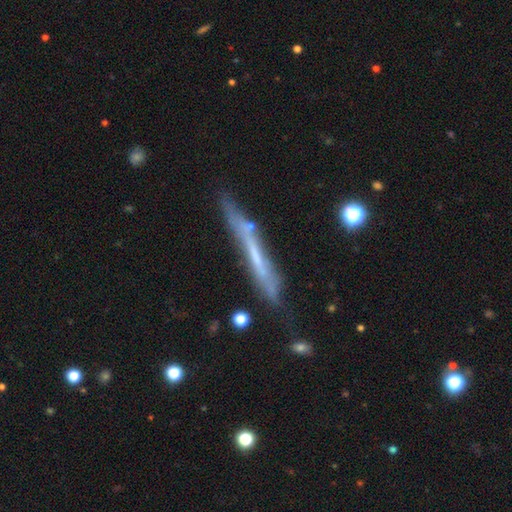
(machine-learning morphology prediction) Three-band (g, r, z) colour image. It shows a featured or disk galaxy (59%) viewed edge-on (85%) with no central bulge (81%). Merging: none (66%).